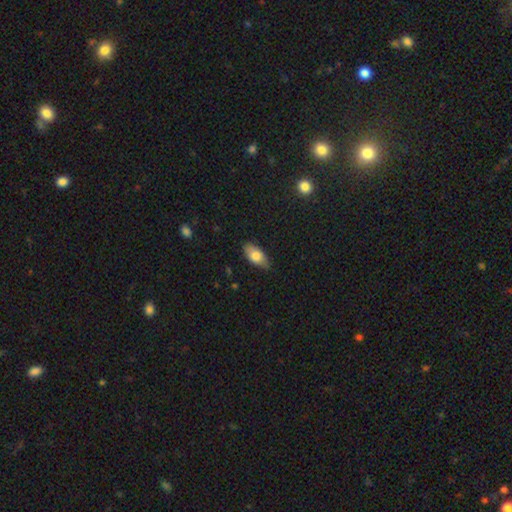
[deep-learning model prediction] smooth_or_featured: smooth (p=0.78) [alt: featured or disk p=0.15]
how_rounded: in between (p=0.90) [alt: cigar-shaped p=0.07]
merging: none (p=0.79) [alt: minor disturbance p=0.17]